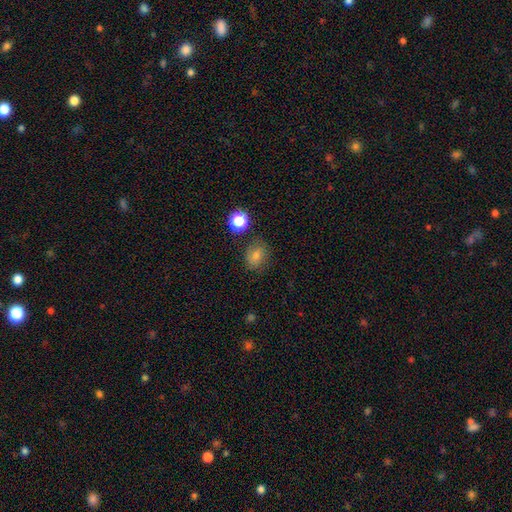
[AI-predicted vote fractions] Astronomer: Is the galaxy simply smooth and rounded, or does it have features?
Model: smooth — 67%.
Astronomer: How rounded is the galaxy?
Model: round — 55% (runner-up: in between, 44%).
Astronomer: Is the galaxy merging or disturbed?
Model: none — 79%.